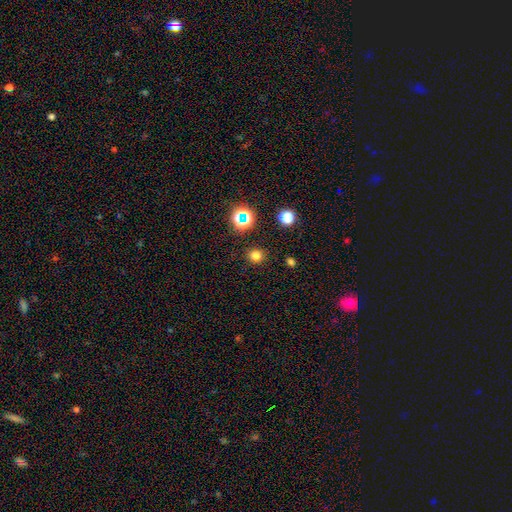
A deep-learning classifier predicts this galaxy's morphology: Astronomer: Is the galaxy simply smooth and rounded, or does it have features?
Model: smooth — 76%.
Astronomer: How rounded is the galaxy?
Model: round — 82%.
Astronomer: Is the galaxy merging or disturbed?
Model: none — 89%.